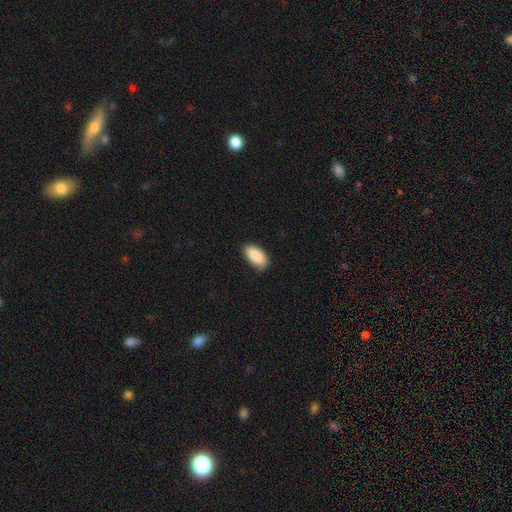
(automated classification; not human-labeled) A smooth galaxy with no disk features (90%) that is in between round and cigar-shaped (94%).

Vote fractions:
- Smooth or featured? smooth: 90% / star or artifact: 6% / featured or disk: 4%
- How rounded? in between: 94% / cigar-shaped: 3% / round: 2%
- Merging? none: 82% / minor disturbance: 15% / major disturbance: 2% / merger: 1%